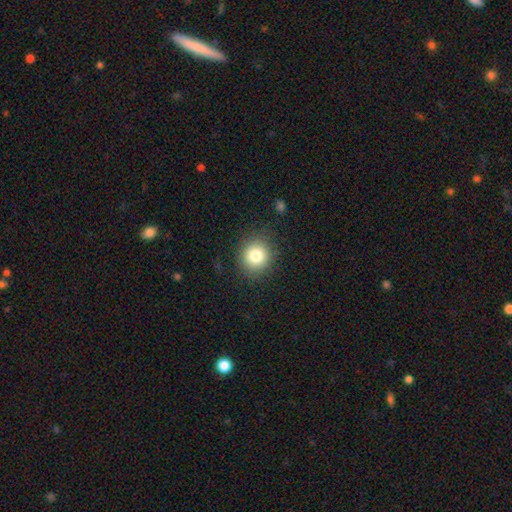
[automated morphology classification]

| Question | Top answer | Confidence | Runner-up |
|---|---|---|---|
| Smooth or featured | smooth | 80% | star or artifact (11%) |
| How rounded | round | 88% | in between (11%) |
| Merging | none | 86% | minor disturbance (10%) |